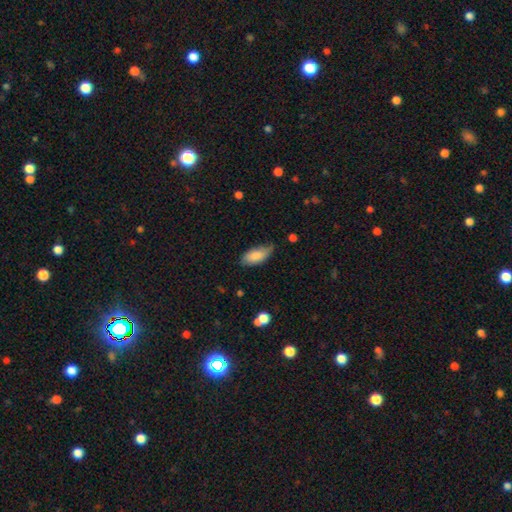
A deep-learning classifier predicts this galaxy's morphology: A smooth galaxy with no disk features (84%) that is in between round and cigar-shaped (90%).

Vote fractions:
- Smooth or featured? smooth: 84% / featured or disk: 10% / star or artifact: 6%
- How rounded? in between: 90% / cigar-shaped: 7% / round: 2%
- Merging? none: 61% / minor disturbance: 32% / major disturbance: 5% / merger: 2%